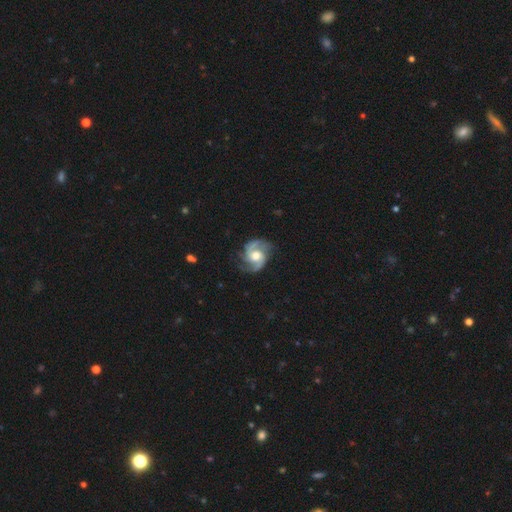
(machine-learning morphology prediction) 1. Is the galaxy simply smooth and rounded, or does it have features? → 89% featured or disk, 7% smooth, 5% star or artifact.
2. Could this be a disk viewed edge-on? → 98% no, 2% yes.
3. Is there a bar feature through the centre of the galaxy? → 58% no, 34% weak, 8% strong.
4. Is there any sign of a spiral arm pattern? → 98% yes, 2% no.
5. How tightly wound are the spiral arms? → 56% medium, 24% tight, 20% loose.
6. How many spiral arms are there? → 82% 2, 9% 3, 4% can't tell, 2% 1, 2% 4, 2% more than 4.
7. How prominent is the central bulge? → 64% moderate, 23% large, 10% small, 2% none, 1% dominant.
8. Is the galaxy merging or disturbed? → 76% none, 17% minor disturbance, 6% major disturbance, 1% merger.